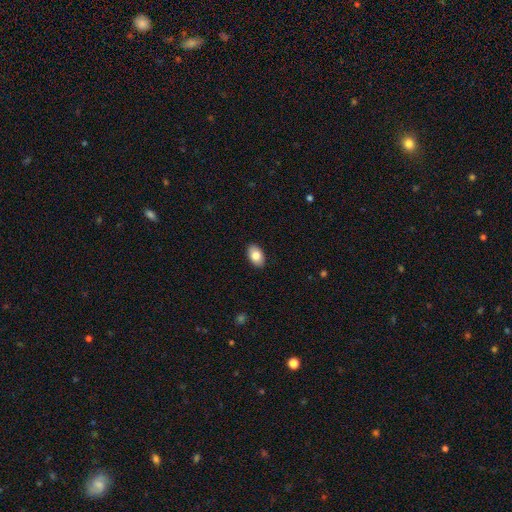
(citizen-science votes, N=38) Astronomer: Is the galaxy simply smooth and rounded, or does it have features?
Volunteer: smooth — 87%.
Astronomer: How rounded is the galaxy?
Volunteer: in between — 85%.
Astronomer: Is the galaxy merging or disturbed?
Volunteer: none — 86%.